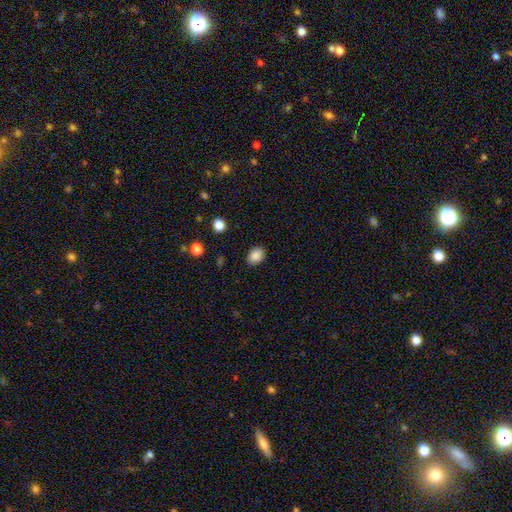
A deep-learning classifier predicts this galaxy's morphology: type=smooth (87%); roundness=in between (76%); merging=none (87%).